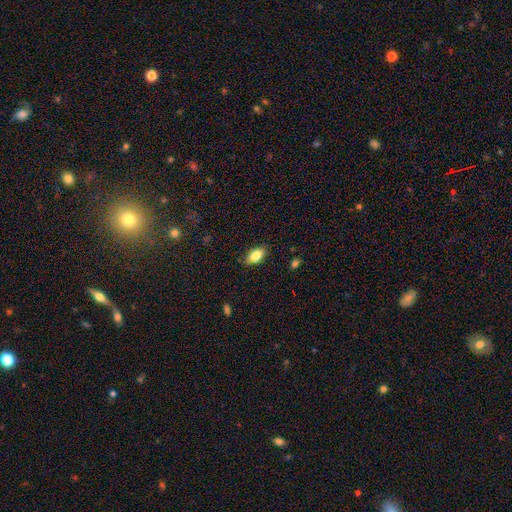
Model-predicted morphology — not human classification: Smooth or featured? Predicted: smooth (p=0.82). How rounded? Predicted: in between (p=0.89). Merging? Predicted: none (p=0.82).